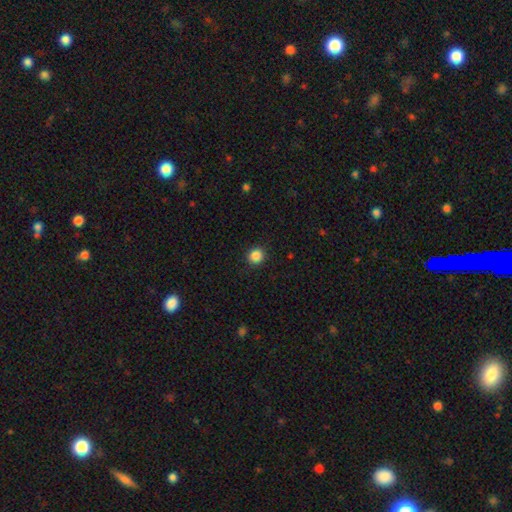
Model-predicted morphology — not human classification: type=smooth (86%); roundness=round (89%); merging=none (91%).